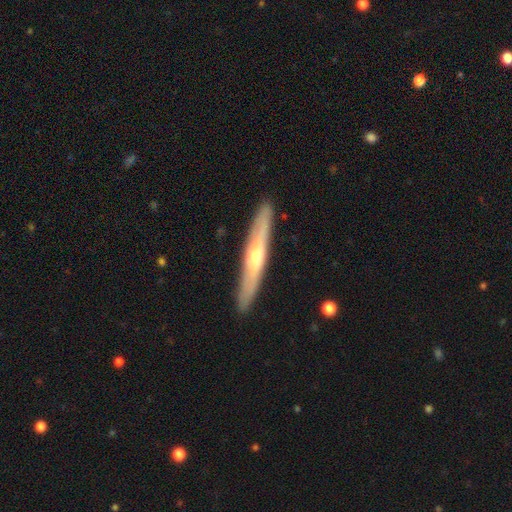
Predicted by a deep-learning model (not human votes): Smooth or featured: featured or disk — 59% (smooth — 35%)
Edge-on disk: yes — 91% (no — 9%)
Edge-on bulge: rounded — 76% (none — 21%)
Merging: none — 91% (minor disturbance — 7%)